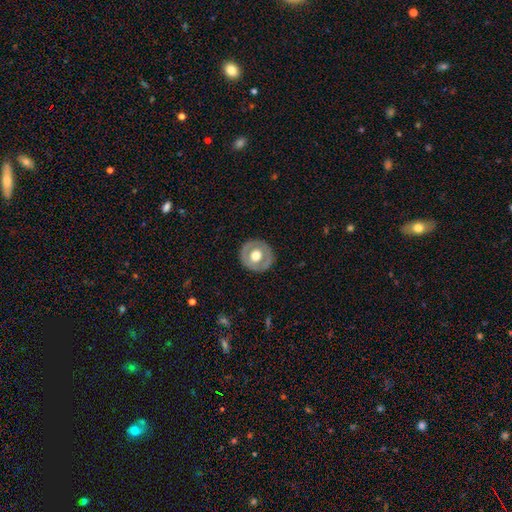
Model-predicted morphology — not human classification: The model was most divided on "smooth or featured": smooth: 48%, featured or disk: 47%, star or artifact: 5%. More confident: merging — none (87%).